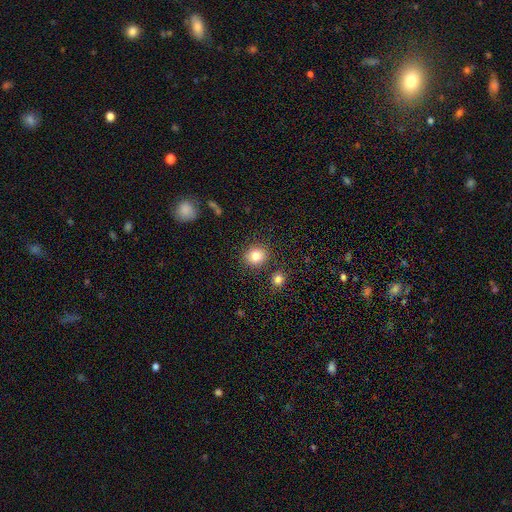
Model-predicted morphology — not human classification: Q: Smooth or featured?
A: smooth (83%); runner-up: star or artifact (10%)
Q: How rounded?
A: round (76%); runner-up: in between (24%)
Q: Merging?
A: none (85%); runner-up: minor disturbance (8%)